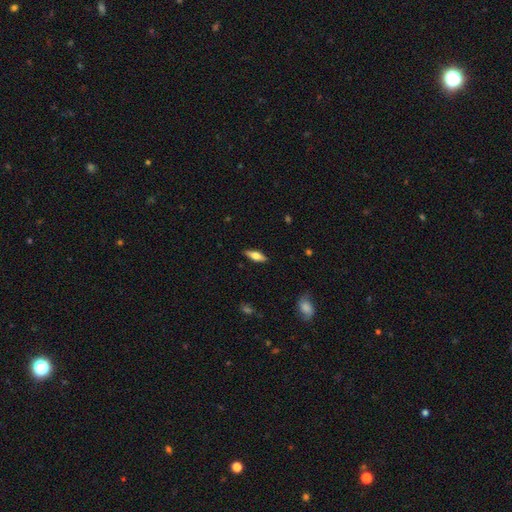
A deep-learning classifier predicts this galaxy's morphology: smooth-or-featured: smooth: 55% | featured or disk: 39% | star or artifact: 6%
  how-rounded: in between: 59% | cigar-shaped: 39% | round: 3%
  merging: none: 88% | minor disturbance: 9% | major disturbance: 2% | merger: 1%